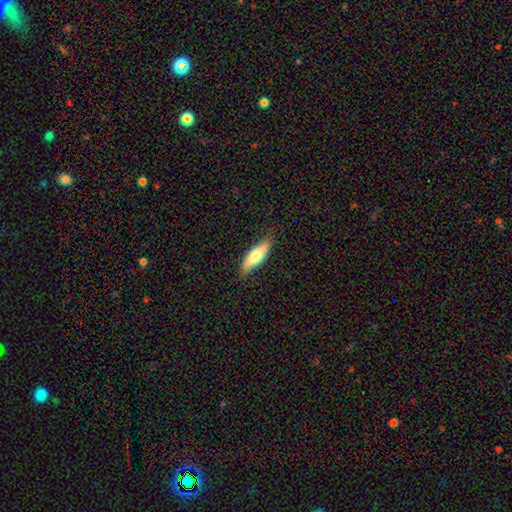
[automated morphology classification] This appears to be a smooth galaxy with no disk features (66%) that is in between round and cigar-shaped (53%). Merging: none (79%).